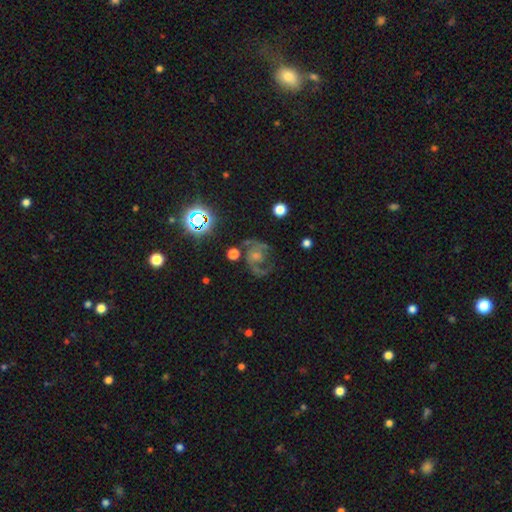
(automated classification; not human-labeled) smooth_or_featured: featured or disk (p=0.70) [alt: star or artifact p=0.19]
disk_edge_on: no (p=0.98) [alt: yes p=0.02]
bar: no (p=0.63) [alt: weak p=0.29]
has_spiral_arms: yes (p=0.92) [alt: no p=0.08]
spiral_winding: medium (p=0.54) [alt: tight p=0.28]
spiral_arm_count: 2 (p=0.73) [alt: can't tell p=0.11]
bulge_size: small (p=0.47) [alt: moderate p=0.36]
merging: none (p=0.65) [alt: minor disturbance p=0.17]